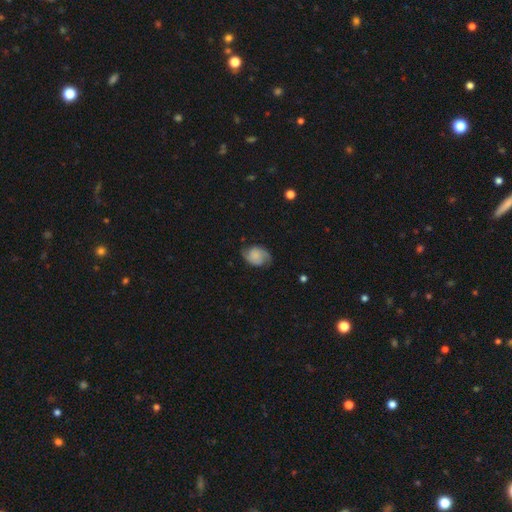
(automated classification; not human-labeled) The model was most divided on "smooth or featured": smooth: 49%, featured or disk: 43%, star or artifact: 9%. More confident: merging — none (65%).